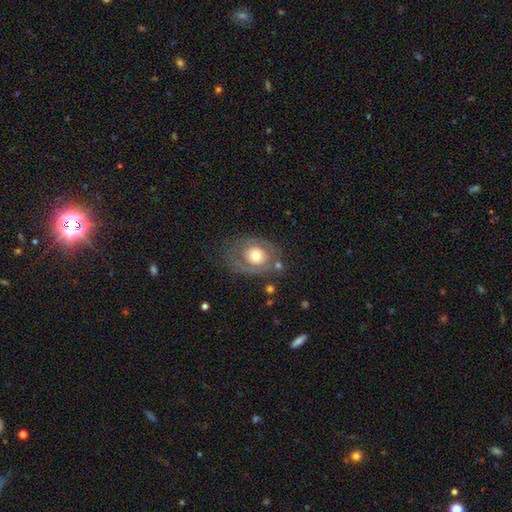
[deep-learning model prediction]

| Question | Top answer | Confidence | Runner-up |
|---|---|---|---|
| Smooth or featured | featured or disk | 51% | smooth (41%) |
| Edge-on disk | no | 94% | yes (6%) |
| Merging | none | 66% | minor disturbance (18%) |